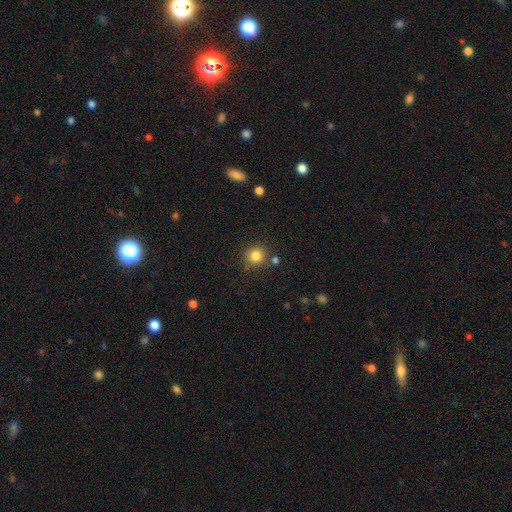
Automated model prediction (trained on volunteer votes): smooth 83%, star or artifact 12%, featured or disk 5%. Down the decision tree: how rounded — round (92%); merging — none (79%).